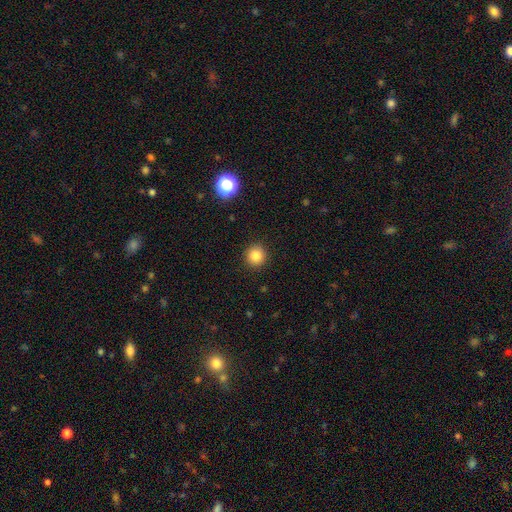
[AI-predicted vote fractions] smooth_or_featured: smooth (p=0.84) [alt: star or artifact p=0.11]
how_rounded: round (p=0.93) [alt: in between p=0.06]
merging: none (p=0.92) [alt: minor disturbance p=0.05]